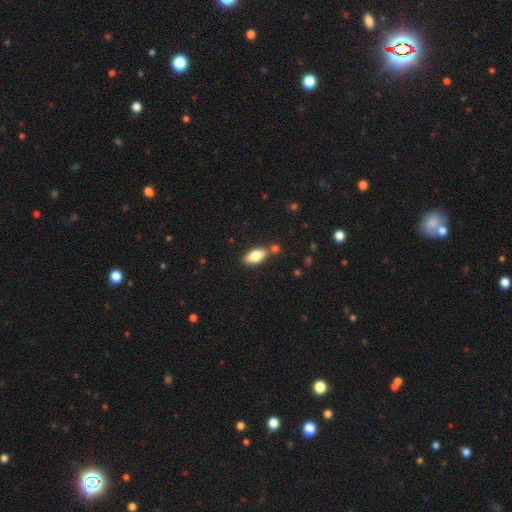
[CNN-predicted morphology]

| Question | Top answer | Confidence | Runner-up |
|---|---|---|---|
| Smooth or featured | smooth | 79% | featured or disk (14%) |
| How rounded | in between | 87% | cigar-shaped (10%) |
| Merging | none | 73% | minor disturbance (13%) |